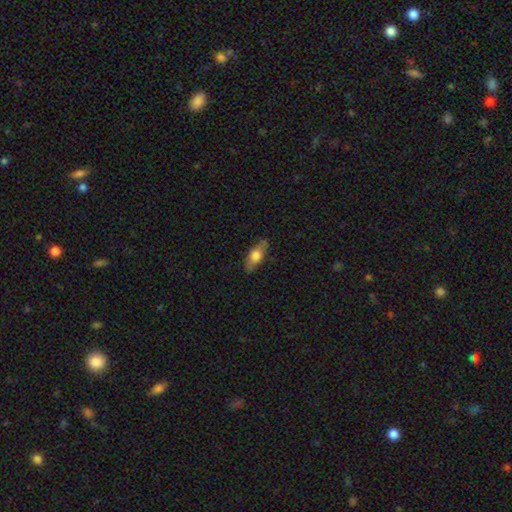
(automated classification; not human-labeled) Smooth or featured? smooth (61%)
How rounded? in between (73%)
Merging? none (81%)